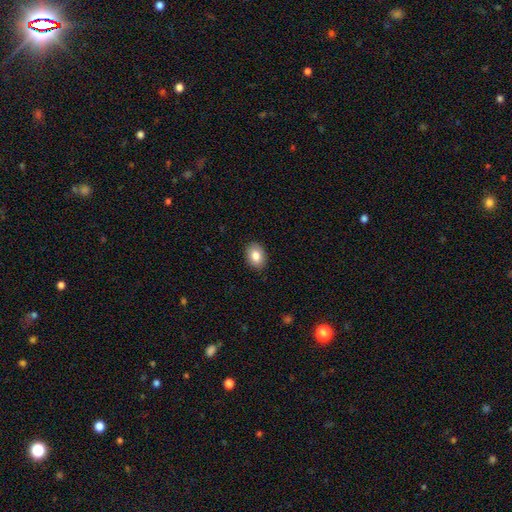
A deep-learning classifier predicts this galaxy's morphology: Q: Smooth or featured?
A: smooth (83%); runner-up: featured or disk (9%)
Q: How rounded?
A: in between (74%); runner-up: round (25%)
Q: Merging?
A: none (90%); runner-up: minor disturbance (8%)